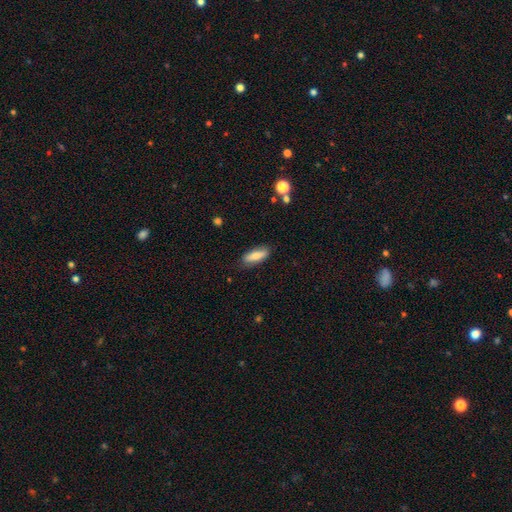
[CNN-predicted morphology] smooth_or_featured: smooth (p=0.73) [alt: featured or disk p=0.20]
how_rounded: in between (p=0.63) [alt: cigar-shaped p=0.34]
merging: none (p=0.82) [alt: minor disturbance p=0.14]